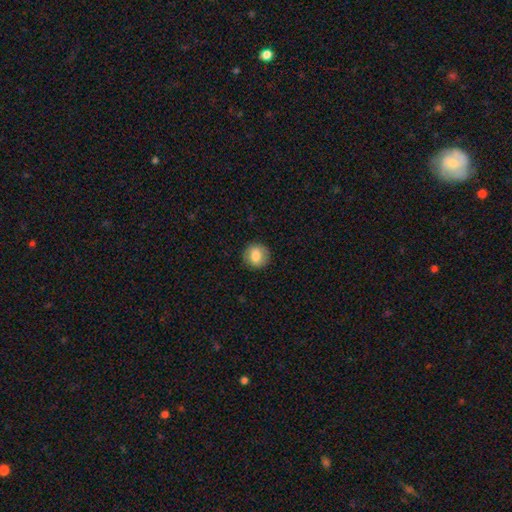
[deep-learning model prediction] A smooth galaxy with no disk features (81%) that is round (86%). Merging: none (88%).